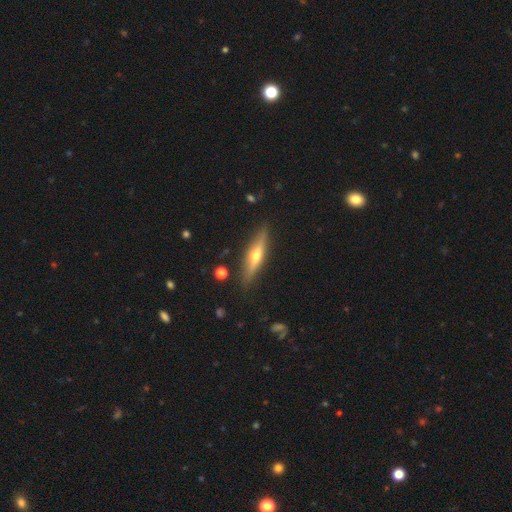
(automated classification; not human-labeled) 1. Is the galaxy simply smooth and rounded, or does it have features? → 67% featured or disk, 27% smooth, 6% star or artifact.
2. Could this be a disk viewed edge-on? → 95% yes, 5% no.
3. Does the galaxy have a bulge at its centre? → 90% rounded, 6% none, 4% boxy.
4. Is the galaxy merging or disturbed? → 88% none, 8% minor disturbance, 2% major disturbance, 1% merger.